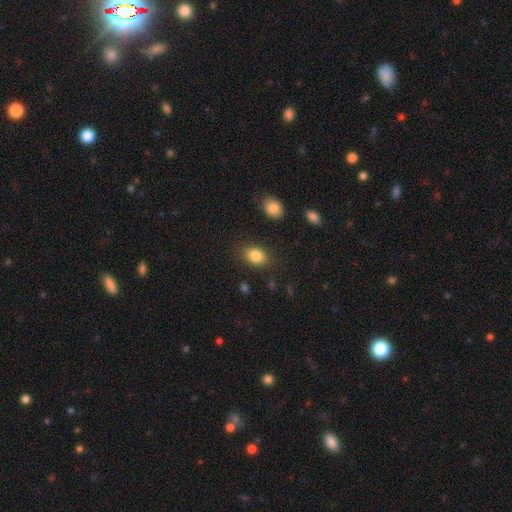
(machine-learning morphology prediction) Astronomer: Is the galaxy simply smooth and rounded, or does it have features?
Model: smooth — 85%.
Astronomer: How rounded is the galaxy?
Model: in between — 73%.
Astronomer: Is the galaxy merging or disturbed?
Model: none — 82%.